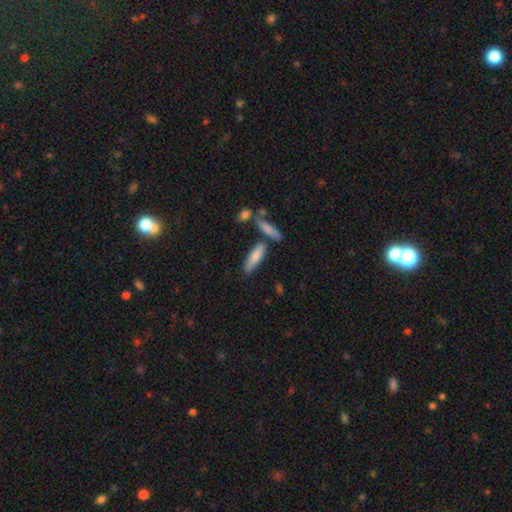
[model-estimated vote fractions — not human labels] smooth 73%, featured or disk 20%, star or artifact 7%. Down the decision tree: how rounded — cigar-shaped (59%); merging — none (64%).